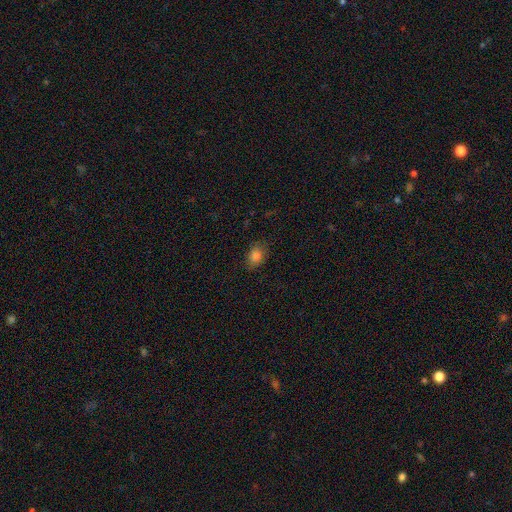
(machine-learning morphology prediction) Overall: smooth (84%). How rounded: in between (79%). Merging: none (77%).